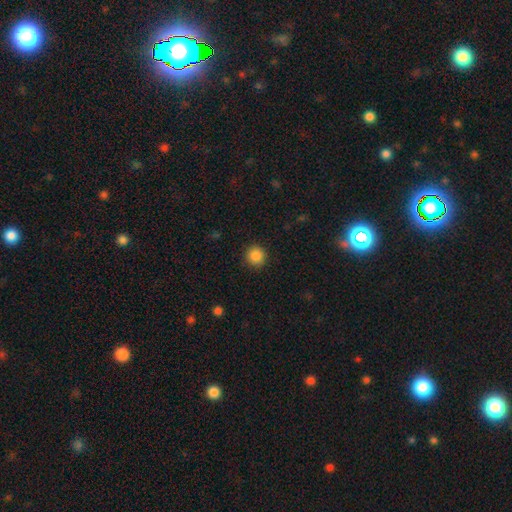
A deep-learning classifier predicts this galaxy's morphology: smooth 87%, star or artifact 10%, featured or disk 3%. Down the decision tree: how rounded — round (94%); merging — none (91%).